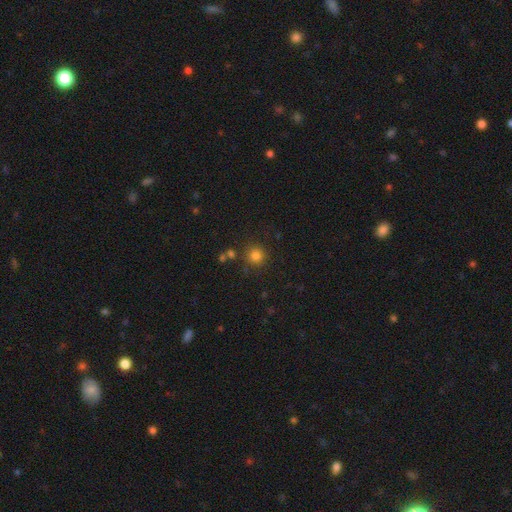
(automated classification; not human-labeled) Smooth or featured? smooth (80%)
How rounded? round (93%)
Merging? none (84%)